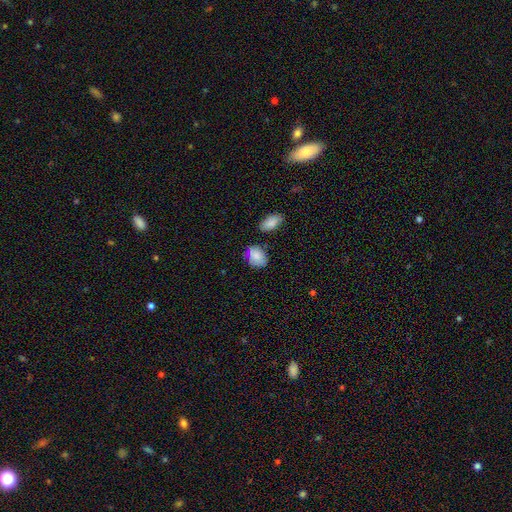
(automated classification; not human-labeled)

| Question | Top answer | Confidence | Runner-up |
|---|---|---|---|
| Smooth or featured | smooth | 83% | featured or disk (10%) |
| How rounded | in between | 65% | round (33%) |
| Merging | none | 68% | minor disturbance (21%) |